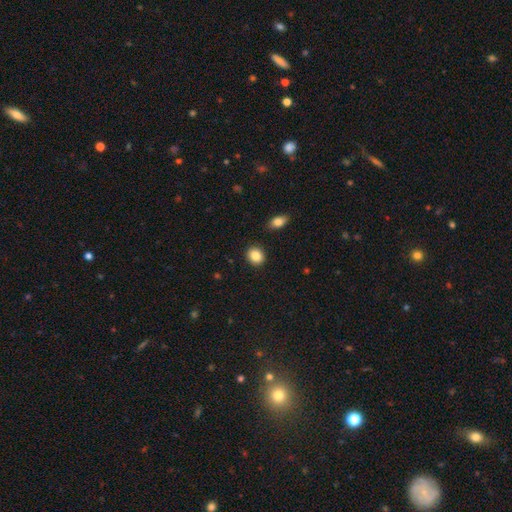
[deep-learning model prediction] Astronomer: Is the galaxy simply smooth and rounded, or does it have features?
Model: smooth — 86%.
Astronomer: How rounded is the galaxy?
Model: round — 65%.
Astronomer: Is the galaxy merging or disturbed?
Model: none — 89%.